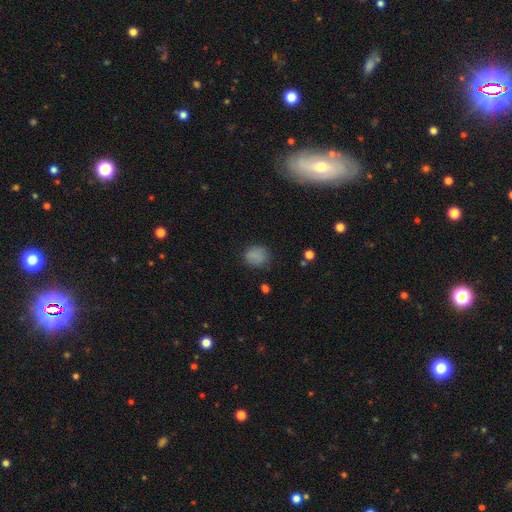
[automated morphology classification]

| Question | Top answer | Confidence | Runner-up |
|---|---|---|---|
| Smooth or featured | smooth | 82% | star or artifact (11%) |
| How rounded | round | 67% | in between (32%) |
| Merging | none | 78% | minor disturbance (16%) |